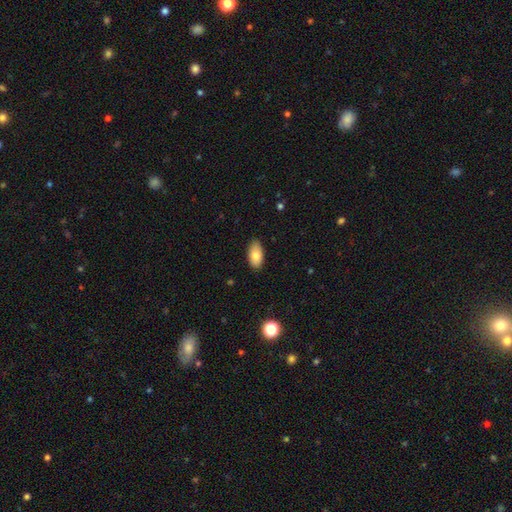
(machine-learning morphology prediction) Overall: smooth (80%). How rounded: in between (93%). Merging: none (85%).